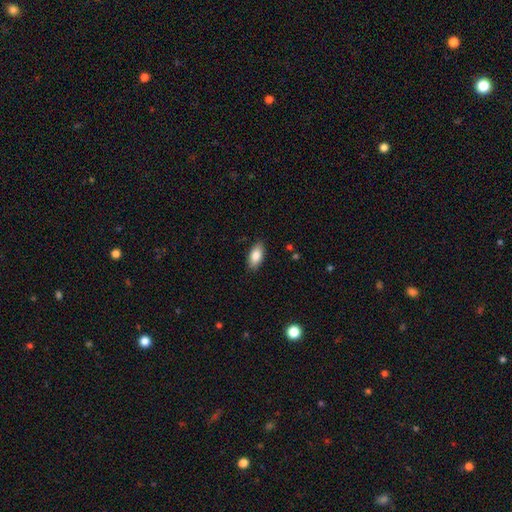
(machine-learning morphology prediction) The model was most divided on "smooth or featured": smooth: 85%, featured or disk: 9%, star or artifact: 7%. More confident: how rounded — in between (91%); merging — none (87%).